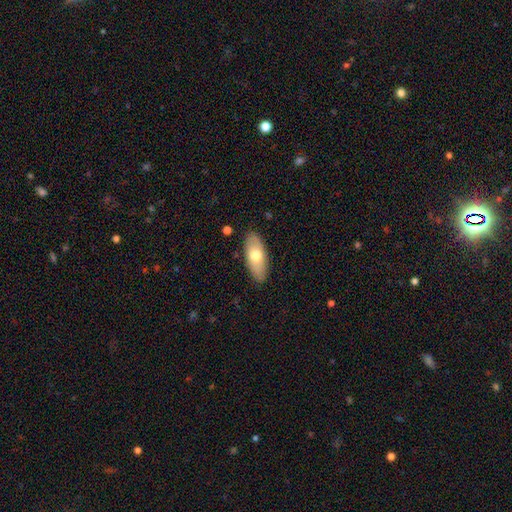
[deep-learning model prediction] A smooth galaxy with no disk features (65%) that is in between round and cigar-shaped (85%). Merging: none (87%).